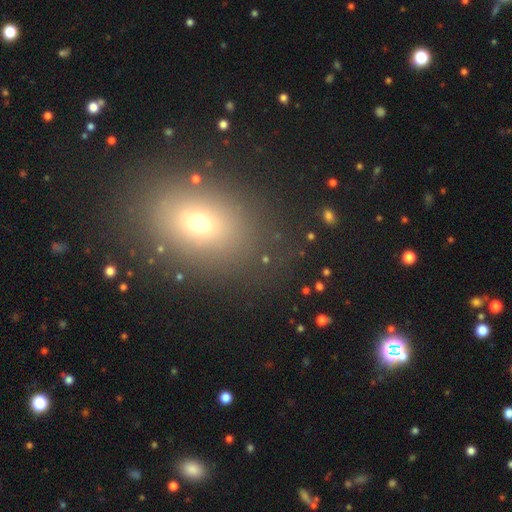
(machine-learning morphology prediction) A smooth galaxy with no disk features (63%) that is in between round and cigar-shaped (67%).

Vote fractions:
- Smooth or featured? smooth: 63% / star or artifact: 25% / featured or disk: 12%
- How rounded? in between: 67% / round: 31% / cigar-shaped: 2%
- Merging? none: 86% / minor disturbance: 8% / major disturbance: 4% / merger: 2%